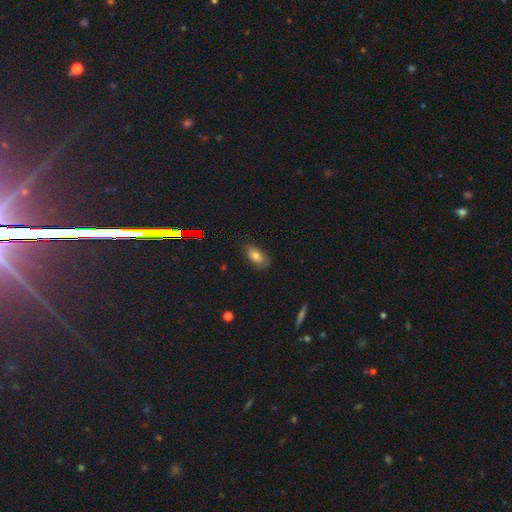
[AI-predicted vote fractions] A smooth galaxy with no disk features (73%) that is in between round and cigar-shaped (89%). Merging: none (78%).